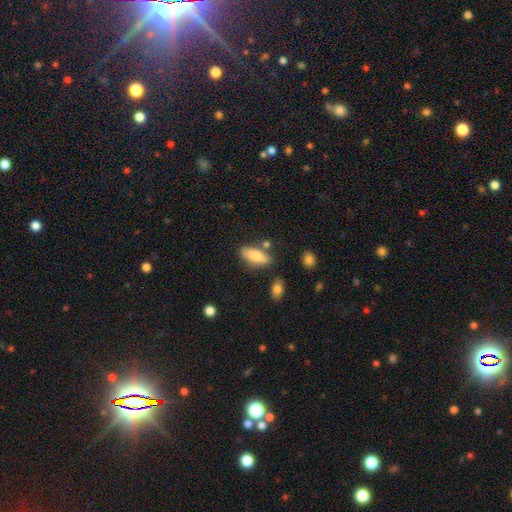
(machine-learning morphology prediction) The model was most divided on "how rounded": in between: 76%, cigar-shaped: 21%, round: 3%. More confident: smooth or featured — smooth (76%); merging — none (72%).